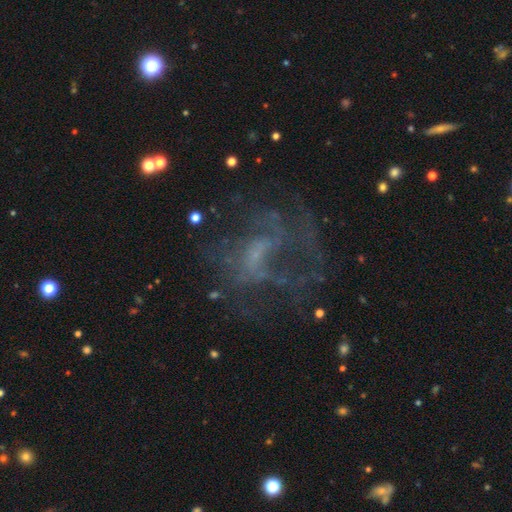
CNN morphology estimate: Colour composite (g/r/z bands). It shows a featured or disk galaxy (63%) with no bar (55%), spiral arms (53%) and no central bulge (42%). Merging: none (47%).